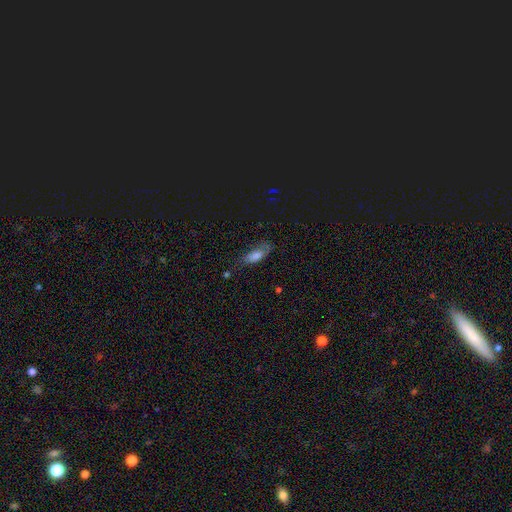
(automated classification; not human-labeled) Smooth or featured? smooth (69%)
How rounded? in between (67%)
Merging? none (60%)